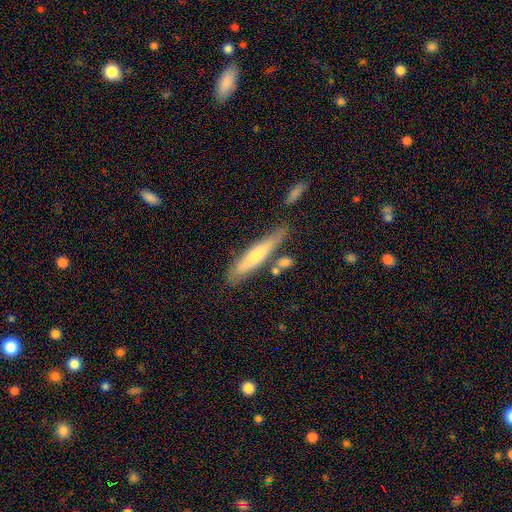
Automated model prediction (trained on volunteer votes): Morphology: type=smooth (54%); roundness=cigar-shaped (86%); merging=none (73%).